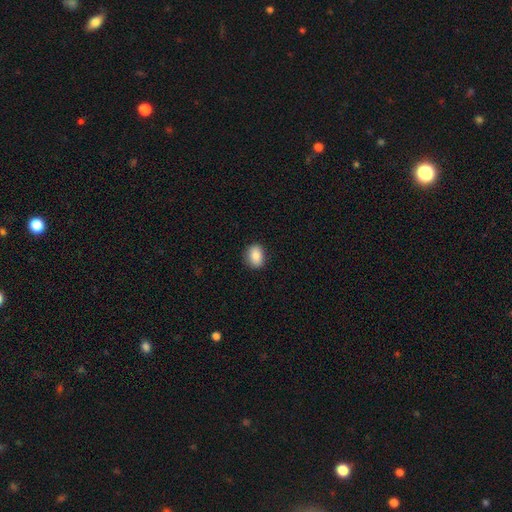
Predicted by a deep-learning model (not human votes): smooth 84%, star or artifact 8%, featured or disk 8%. Down the decision tree: how rounded — in between (58%); merging — none (87%).